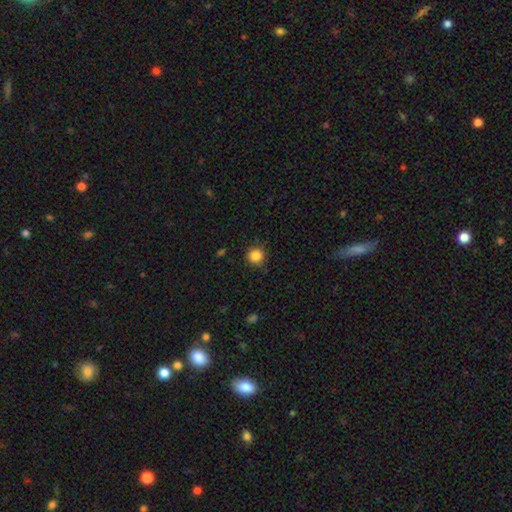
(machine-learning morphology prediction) Smooth or featured? smooth (85%)
How rounded? round (93%)
Merging? none (83%)